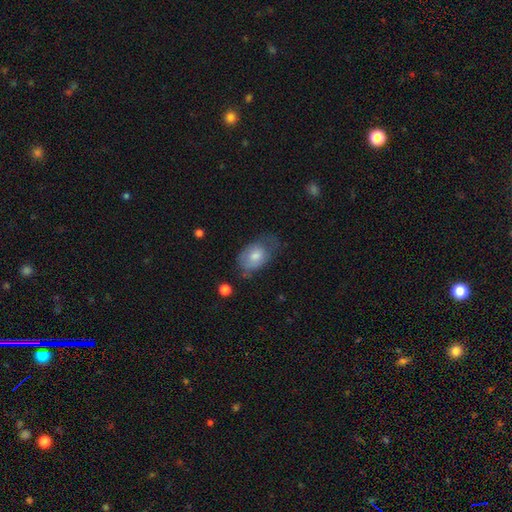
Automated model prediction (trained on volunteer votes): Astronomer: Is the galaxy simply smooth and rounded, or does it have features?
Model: smooth — 68%.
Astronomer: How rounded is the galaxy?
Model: in between — 85%.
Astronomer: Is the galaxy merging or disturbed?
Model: none — 43% (runner-up: minor disturbance, 36%).